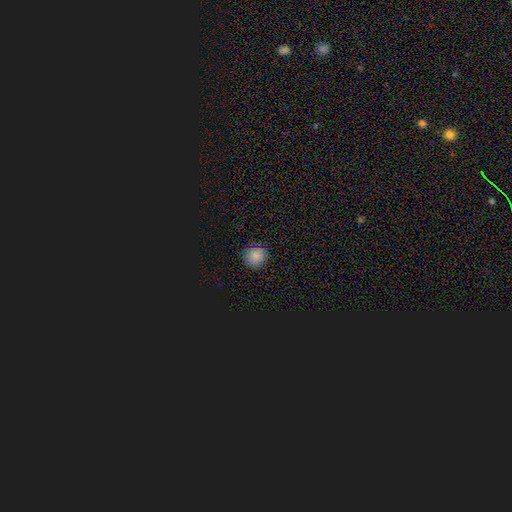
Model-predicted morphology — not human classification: A smooth galaxy with no disk features (85%) that is round (90%). Merging: none (90%).